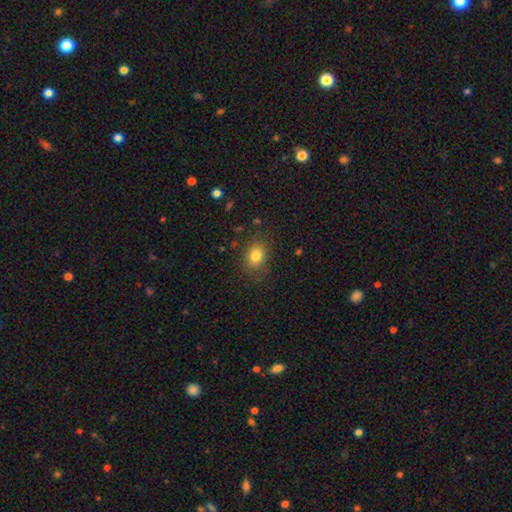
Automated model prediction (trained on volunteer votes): Smooth or featured? Predicted: smooth (p=0.81). How rounded? Predicted: in between (p=0.55). Merging? Predicted: none (p=0.83).